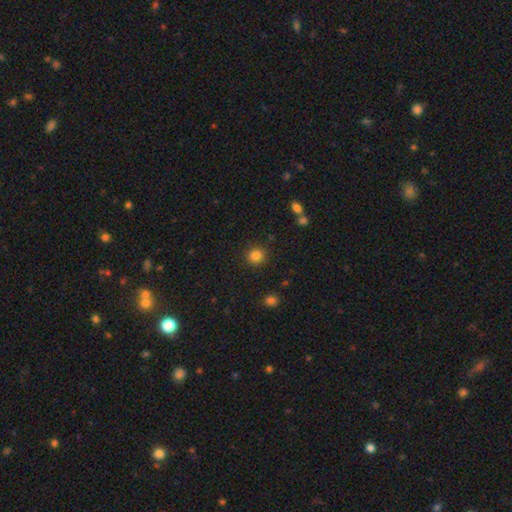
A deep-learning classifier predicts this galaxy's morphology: smooth 84%, star or artifact 12%, featured or disk 4%. Down the decision tree: how rounded — round (91%); merging — none (90%).